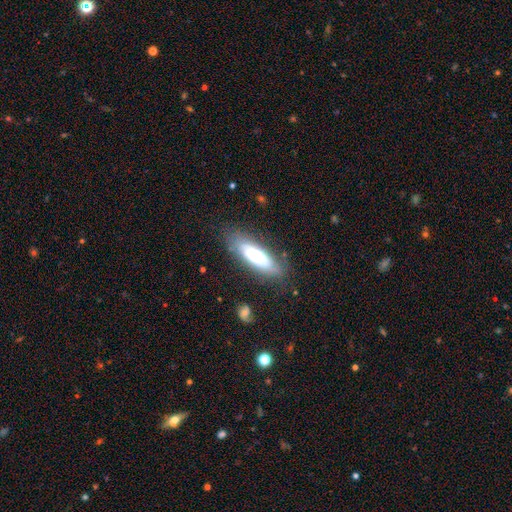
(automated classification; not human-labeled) A featured or disk galaxy (48%). Merging: none (74%).